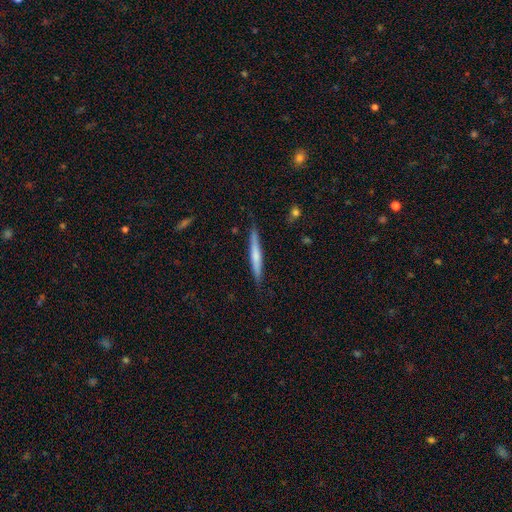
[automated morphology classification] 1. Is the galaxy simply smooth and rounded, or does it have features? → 52% smooth, 42% featured or disk, 6% star or artifact.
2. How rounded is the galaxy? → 96% cigar-shaped, 3% in between, 1% round.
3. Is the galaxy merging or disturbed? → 86% none, 11% minor disturbance, 2% major disturbance, 1% merger.